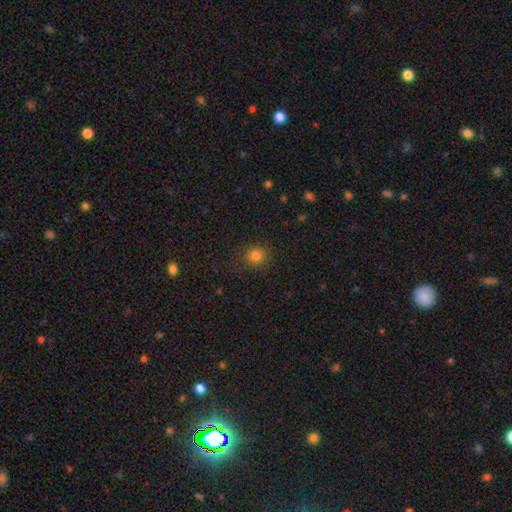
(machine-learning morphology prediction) Smooth or featured?
  - smooth: 82% *
  - star or artifact: 14%
  - featured or disk: 5%
How rounded?
  - round: 87% *
  - in between: 12%
  - cigar-shaped: 1%
Merging?
  - none: 86% *
  - minor disturbance: 9%
  - major disturbance: 4%
  - merger: 1%